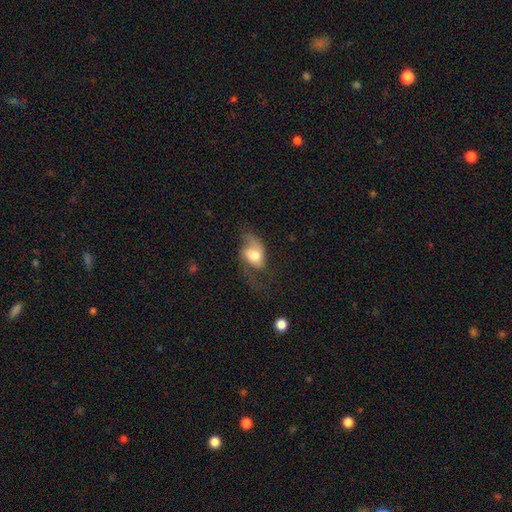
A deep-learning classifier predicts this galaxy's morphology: A featured or disk galaxy (48%). Merging: major disturbance (37%).